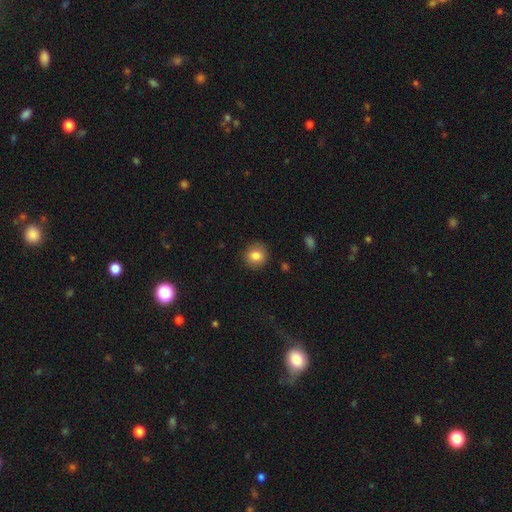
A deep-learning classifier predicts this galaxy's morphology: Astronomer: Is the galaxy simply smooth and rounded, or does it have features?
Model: smooth — 83%.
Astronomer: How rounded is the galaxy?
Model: round — 84%.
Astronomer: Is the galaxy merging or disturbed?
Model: none — 88%.